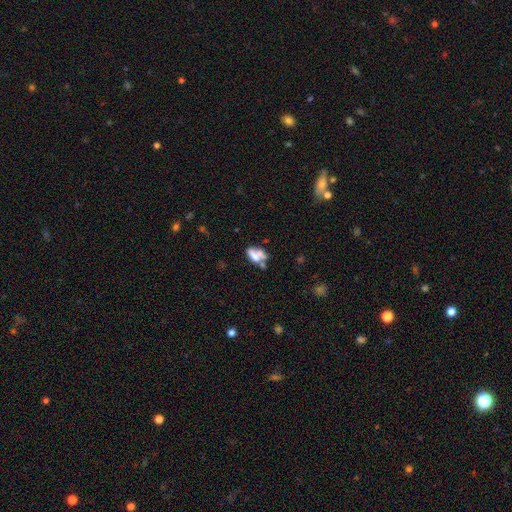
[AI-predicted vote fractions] smooth-or-featured: smooth: 52% | featured or disk: 34% | star or artifact: 14%
  how-rounded: in between: 73% | cigar-shaped: 15% | round: 12%
  merging: merger: 42% | none: 33% | minor disturbance: 13% | major disturbance: 11%